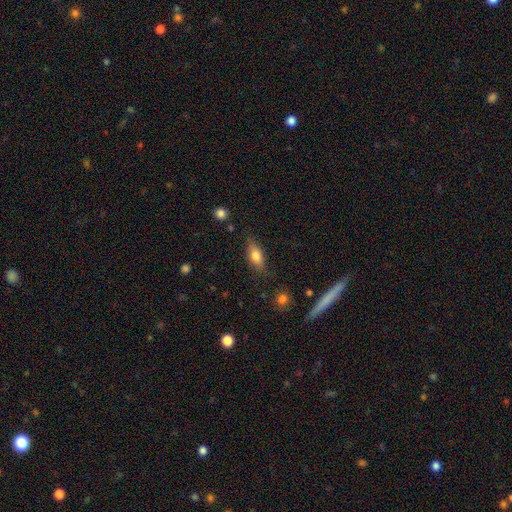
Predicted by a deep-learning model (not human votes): Smooth or featured: smooth — 75% (featured or disk — 17%)
How rounded: in between — 78% (cigar-shaped — 18%)
Merging: none — 78% (minor disturbance — 16%)